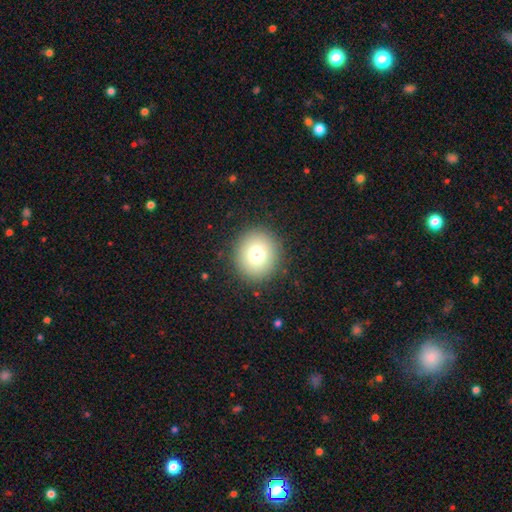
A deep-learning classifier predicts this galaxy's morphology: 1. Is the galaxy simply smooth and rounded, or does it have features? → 77% smooth, 12% star or artifact, 11% featured or disk.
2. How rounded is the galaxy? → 91% round, 8% in between, 1% cigar-shaped.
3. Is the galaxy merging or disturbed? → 92% none, 5% minor disturbance, 2% major disturbance, 1% merger.